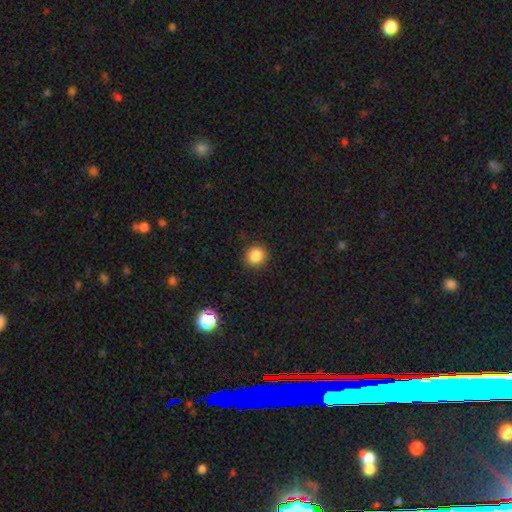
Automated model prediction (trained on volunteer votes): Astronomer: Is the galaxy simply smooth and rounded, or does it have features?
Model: smooth — 85%.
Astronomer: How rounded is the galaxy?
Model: round — 91%.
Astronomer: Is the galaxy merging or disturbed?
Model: none — 91%.